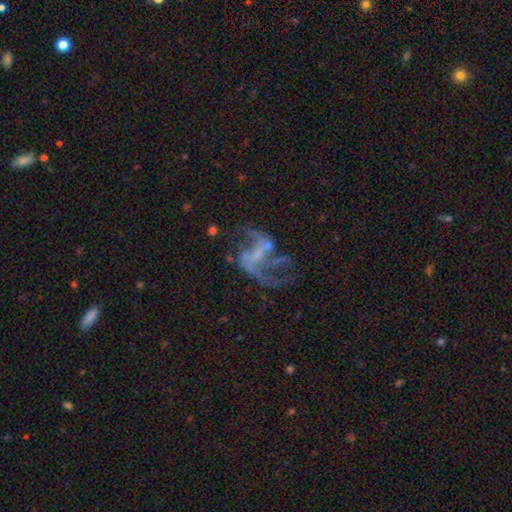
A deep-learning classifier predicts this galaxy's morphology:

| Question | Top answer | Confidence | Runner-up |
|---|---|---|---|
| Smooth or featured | featured or disk | 79% | star or artifact (14%) |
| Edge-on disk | no | 97% | yes (3%) |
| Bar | no | 46% | weak (35%) |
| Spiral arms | yes | 82% | no (18%) |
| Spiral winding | loose | 72% | medium (23%) |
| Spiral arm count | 2 | 68% | can't tell (10%) |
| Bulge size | none | 54% | small (31%) |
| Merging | none | 40% | major disturbance (36%) |